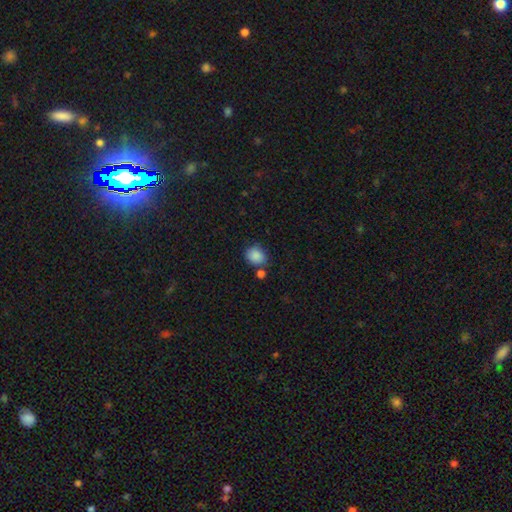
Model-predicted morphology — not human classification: A smooth galaxy with no disk features (87%) that is round (68%).

Vote fractions:
- Smooth or featured? smooth: 87% / star or artifact: 9% / featured or disk: 4%
- How rounded? round: 68% / in between: 31% / cigar-shaped: 1%
- Merging? none: 71% / minor disturbance: 14% / merger: 11% / major disturbance: 4%